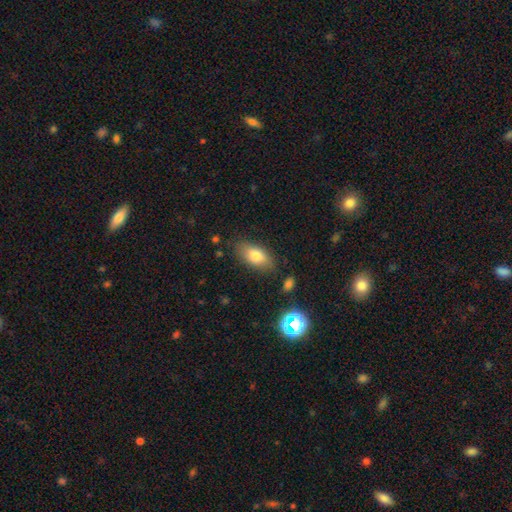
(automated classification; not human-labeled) Smooth or featured? Predicted: smooth (p=0.77). How rounded? Predicted: in between (p=0.87). Merging? Predicted: none (p=0.81).